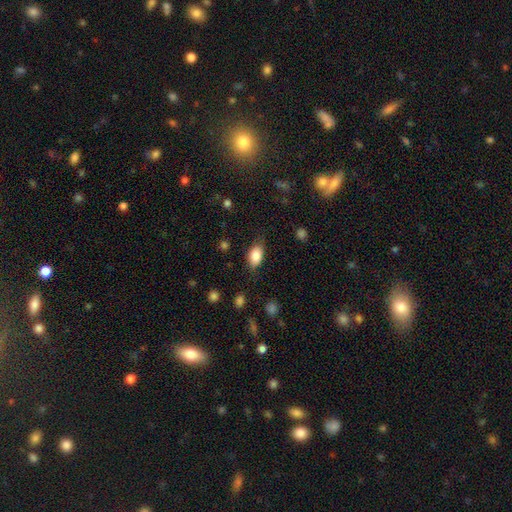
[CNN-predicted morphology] Q: Smooth or featured?
A: smooth (85%); runner-up: featured or disk (8%)
Q: How rounded?
A: in between (89%); runner-up: round (9%)
Q: Merging?
A: none (73%); runner-up: minor disturbance (20%)